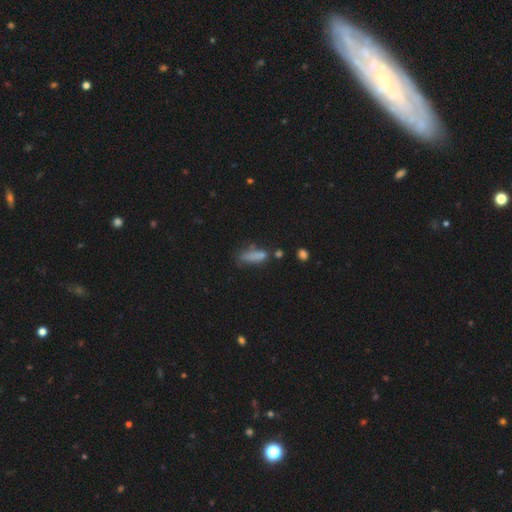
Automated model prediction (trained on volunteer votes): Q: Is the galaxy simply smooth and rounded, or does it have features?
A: smooth — 75%.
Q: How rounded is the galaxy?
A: cigar-shaped — 52%.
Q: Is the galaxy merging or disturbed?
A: none — 46%.